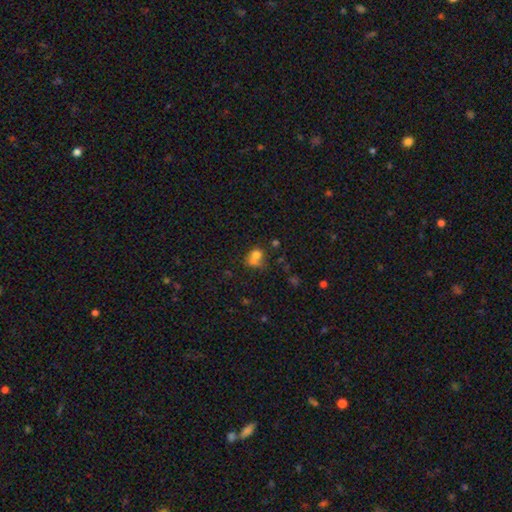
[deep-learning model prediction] This appears to be a smooth galaxy with no disk features (71%) that is round (62%). Merging: merger (42%).